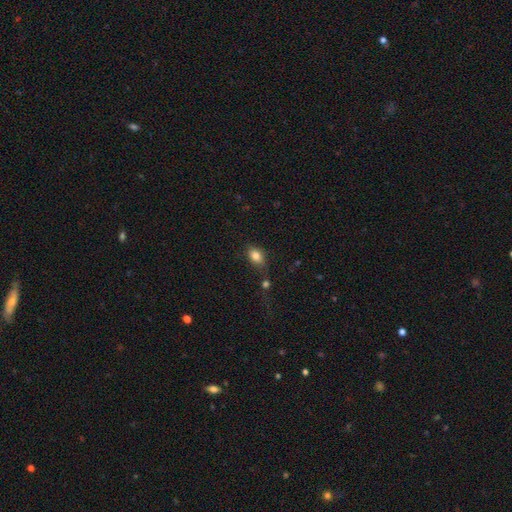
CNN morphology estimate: The model was most divided on "merging": none: 66%, minor disturbance: 17%, merger: 10%, major disturbance: 7%. More confident: smooth or featured — smooth (83%); how rounded — in between (81%).